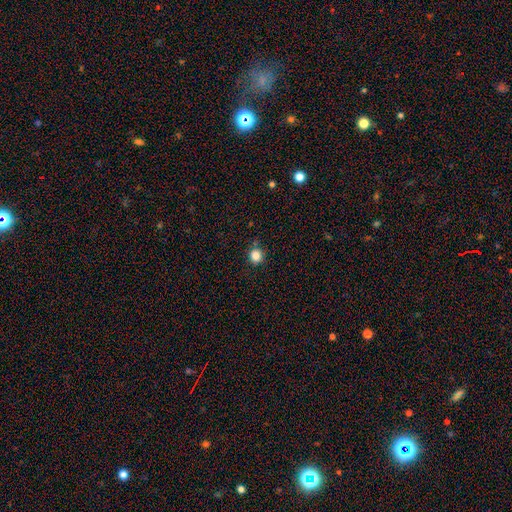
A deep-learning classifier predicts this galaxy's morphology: Smooth or featured?
  - smooth: 83% *
  - star or artifact: 12%
  - featured or disk: 4%
How rounded?
  - round: 90% *
  - in between: 9%
  - cigar-shaped: 1%
Merging?
  - none: 86% *
  - minor disturbance: 9%
  - merger: 3%
  - major disturbance: 2%